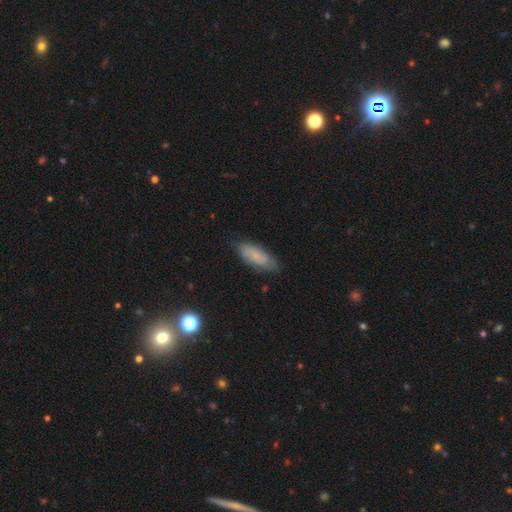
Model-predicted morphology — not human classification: type=smooth (69%); roundness=in between (74%); merging=none (75%).